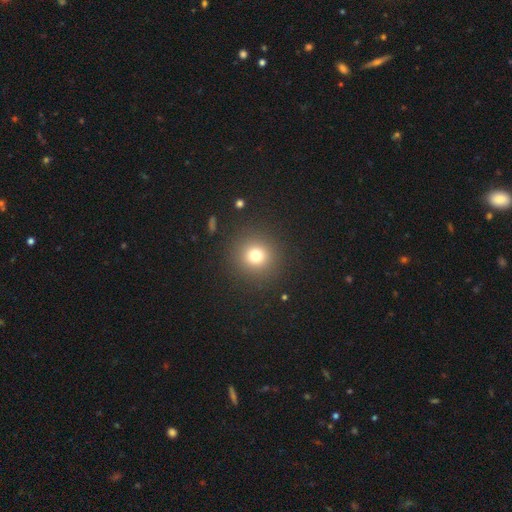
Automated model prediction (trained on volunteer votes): smooth-or-featured: smooth: 75% | star or artifact: 16% | featured or disk: 9%
  how-rounded: round: 93% | in between: 6% | cigar-shaped: 1%
  merging: none: 90% | minor disturbance: 6% | major disturbance: 3% | merger: 1%